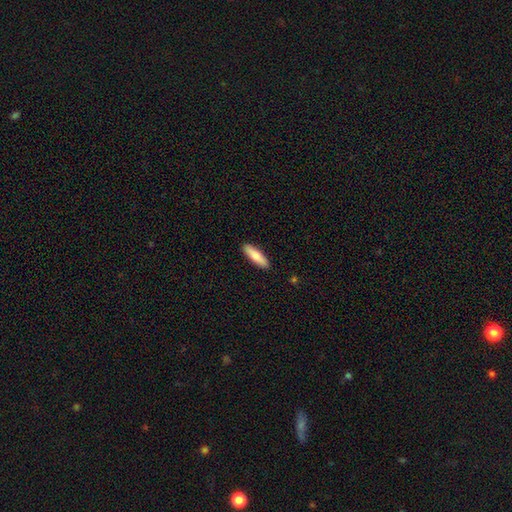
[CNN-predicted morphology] A smooth galaxy with no disk features (76%) that is cigar-shaped (68%). Merging: none (91%).